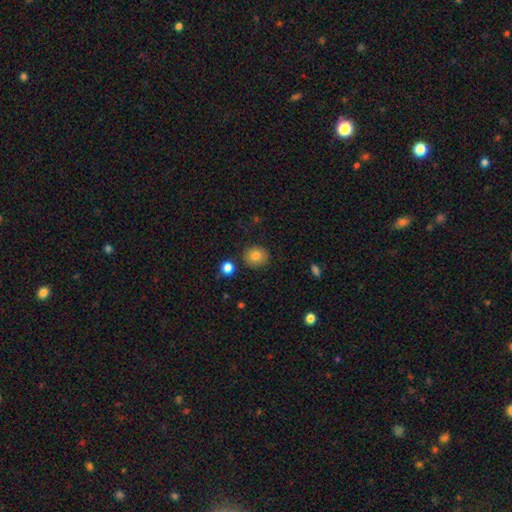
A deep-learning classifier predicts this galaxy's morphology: This appears to be a smooth galaxy with no disk features (83%) that is round (73%). Merging: none (85%).